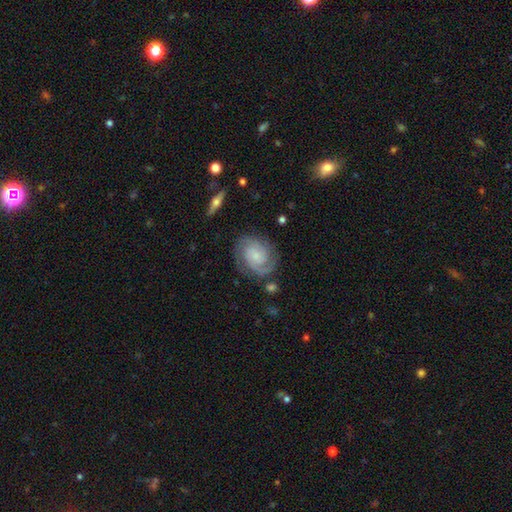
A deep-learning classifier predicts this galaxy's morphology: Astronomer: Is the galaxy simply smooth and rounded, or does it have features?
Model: featured or disk — 82%.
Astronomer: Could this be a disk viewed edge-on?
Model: no — 97%.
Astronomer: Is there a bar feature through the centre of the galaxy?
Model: no — 66%.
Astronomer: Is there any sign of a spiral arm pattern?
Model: yes — 97%.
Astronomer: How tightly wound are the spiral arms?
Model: tight — 60%.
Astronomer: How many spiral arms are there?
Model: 2 — 71%.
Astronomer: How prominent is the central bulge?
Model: small — 60%.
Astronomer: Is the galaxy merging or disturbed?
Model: none — 77%.